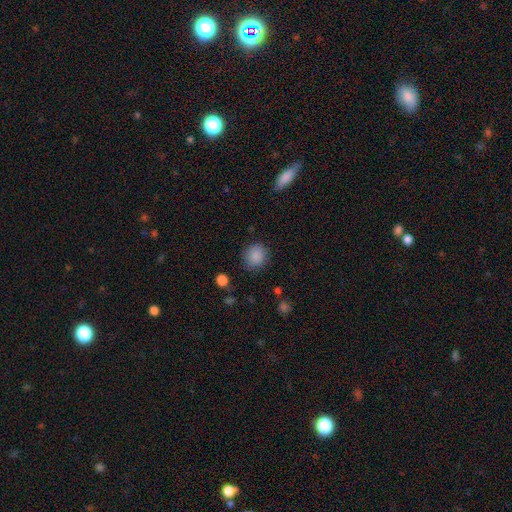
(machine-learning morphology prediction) The model was most divided on "how rounded": round: 84%, in between: 15%, cigar-shaped: 1%. More confident: smooth or featured — smooth (87%); merging — none (86%).